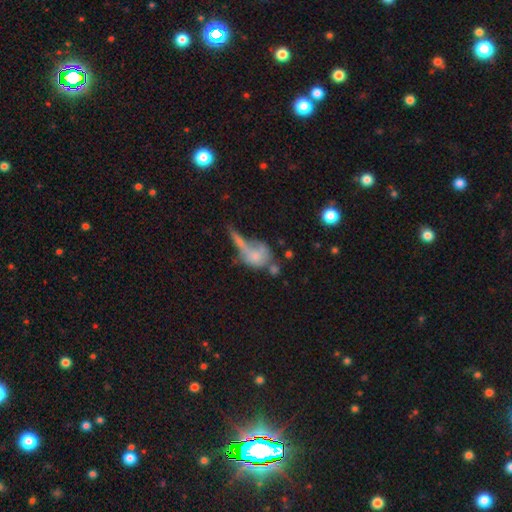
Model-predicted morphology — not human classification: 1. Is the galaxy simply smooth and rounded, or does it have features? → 64% smooth, 26% featured or disk, 10% star or artifact.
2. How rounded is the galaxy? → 52% round, 42% in between, 6% cigar-shaped.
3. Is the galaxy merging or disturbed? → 39% merger, 26% none, 21% major disturbance, 14% minor disturbance.